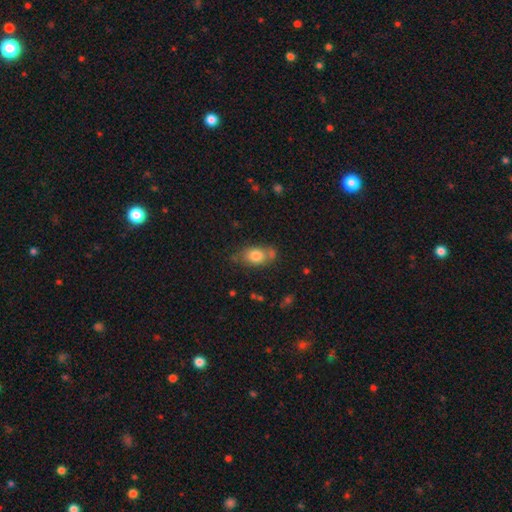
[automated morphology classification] smooth_or_featured: smooth (p=0.79) [alt: featured or disk p=0.12]
how_rounded: in between (p=0.77) [alt: round p=0.21]
merging: none (p=0.61) [alt: minor disturbance p=0.20]